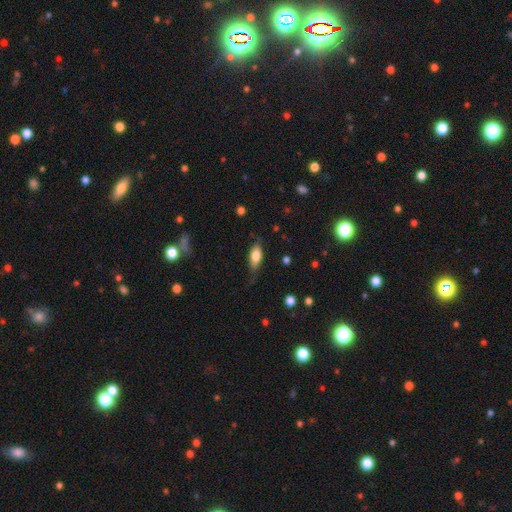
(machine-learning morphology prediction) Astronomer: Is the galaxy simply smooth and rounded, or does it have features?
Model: smooth — 78%.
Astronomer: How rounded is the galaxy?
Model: in between — 82%.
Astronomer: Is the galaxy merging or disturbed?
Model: none — 68%.